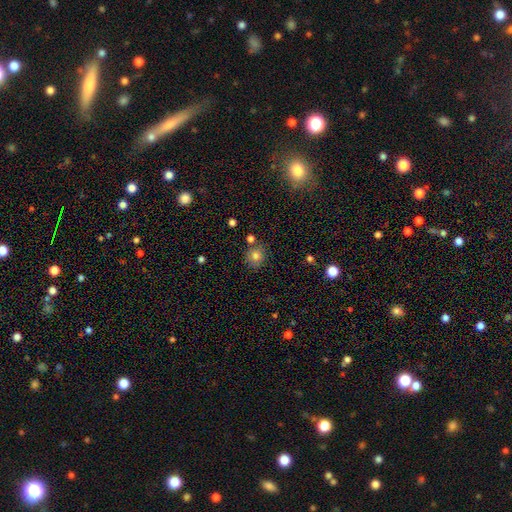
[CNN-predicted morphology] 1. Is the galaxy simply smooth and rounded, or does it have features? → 78% smooth, 12% star or artifact, 10% featured or disk.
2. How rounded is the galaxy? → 83% round, 16% in between, 1% cigar-shaped.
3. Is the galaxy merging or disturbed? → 79% none, 11% minor disturbance, 7% merger, 3% major disturbance.